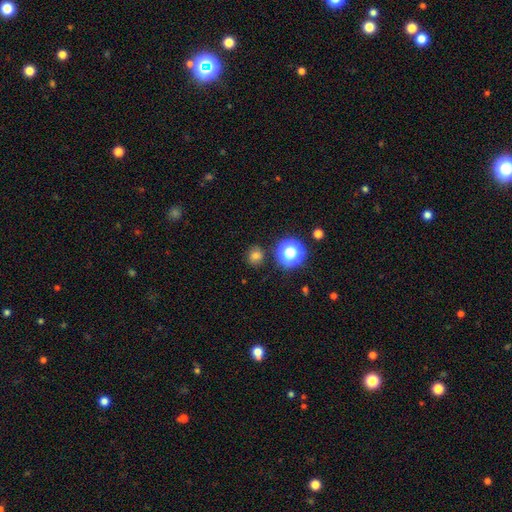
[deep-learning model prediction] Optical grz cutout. It shows a smooth galaxy with no disk features (73%) that is round (83%). Merging: none (83%).